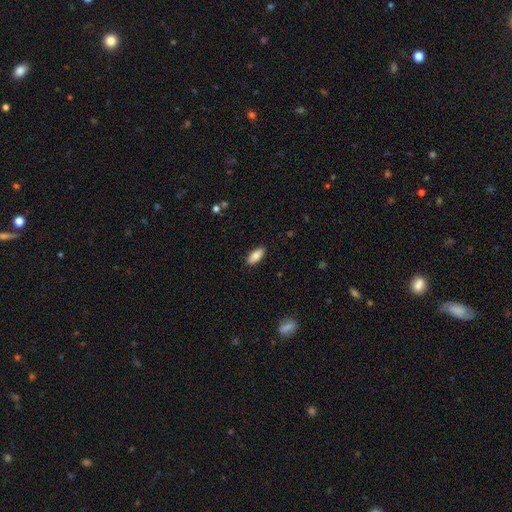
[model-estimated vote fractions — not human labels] The model was most divided on "how rounded": in between: 87%, cigar-shaped: 11%, round: 2%. More confident: merging — none (88%); smooth or featured — smooth (86%).